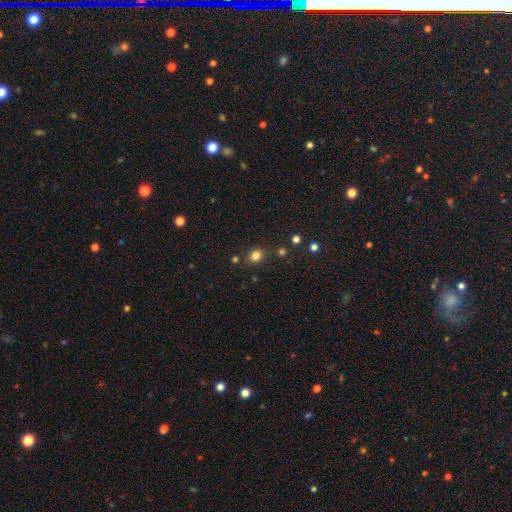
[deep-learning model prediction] This appears to be a smooth galaxy with no disk features (80%) that is round (70%). Merging: none (82%).